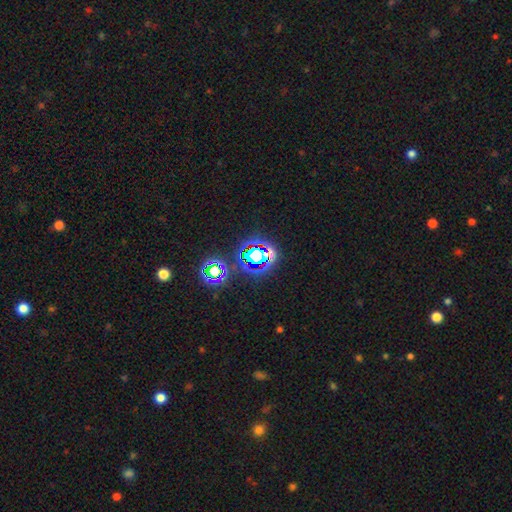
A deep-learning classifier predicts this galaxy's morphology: Smooth or featured? star or artifact (69%)